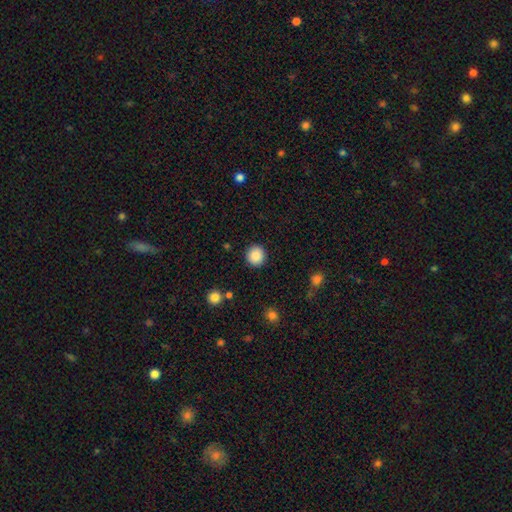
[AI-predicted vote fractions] smooth_or_featured: smooth (p=0.88) [alt: star or artifact p=0.09]
how_rounded: round (p=0.93) [alt: in between p=0.06]
merging: none (p=0.91) [alt: minor disturbance p=0.06]